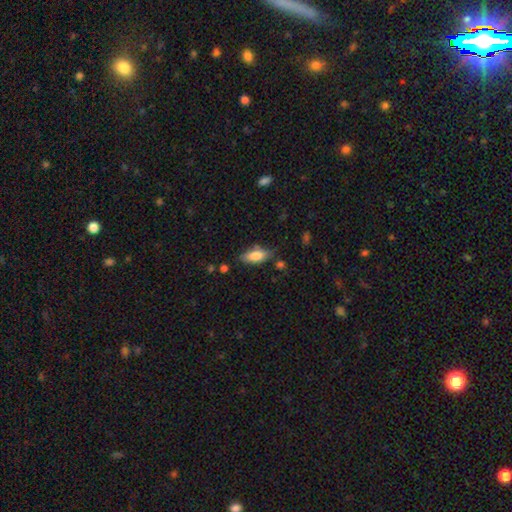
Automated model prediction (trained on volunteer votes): A smooth galaxy with no disk features (82%) that is in between round and cigar-shaped (81%). Merging: none (73%).